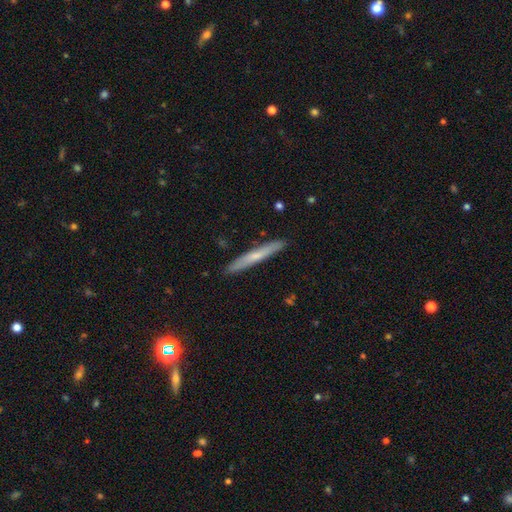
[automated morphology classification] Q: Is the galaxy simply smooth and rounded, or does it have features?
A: smooth — 53%.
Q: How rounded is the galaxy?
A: cigar-shaped — 96%.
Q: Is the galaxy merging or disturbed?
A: none — 90%.